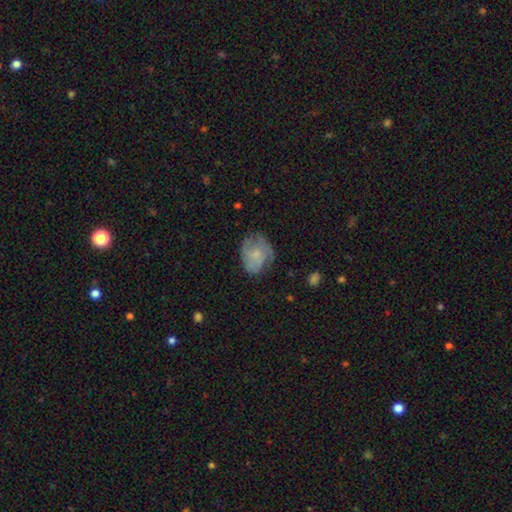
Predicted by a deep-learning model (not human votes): smooth-or-featured: featured or disk: 50% | smooth: 41% | star or artifact: 8%
  disk-edge-on: no: 98% | yes: 2%
  merging: none: 60% | minor disturbance: 26% | major disturbance: 13% | merger: 2%